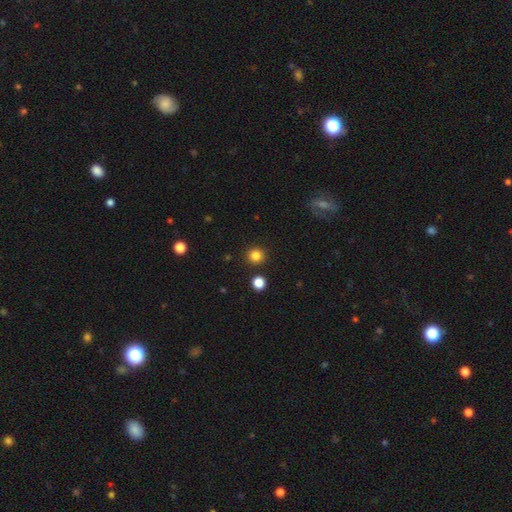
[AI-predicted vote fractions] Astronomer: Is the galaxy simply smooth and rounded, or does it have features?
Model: smooth — 83%.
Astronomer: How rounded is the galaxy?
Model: round — 94%.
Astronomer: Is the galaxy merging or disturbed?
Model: none — 90%.